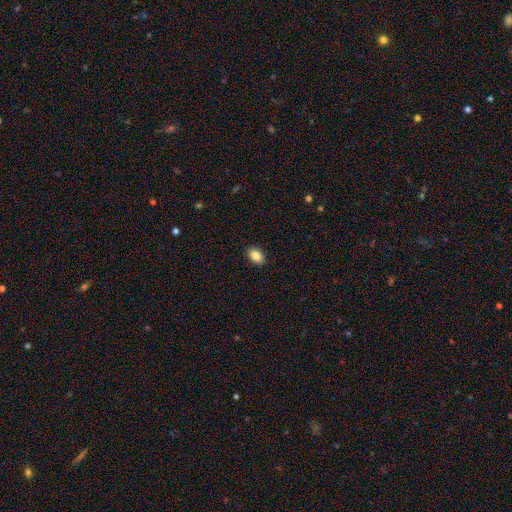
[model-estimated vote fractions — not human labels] Smooth or featured? Predicted: smooth (p=0.87). How rounded? Predicted: in between (p=0.84). Merging? Predicted: none (p=0.89).